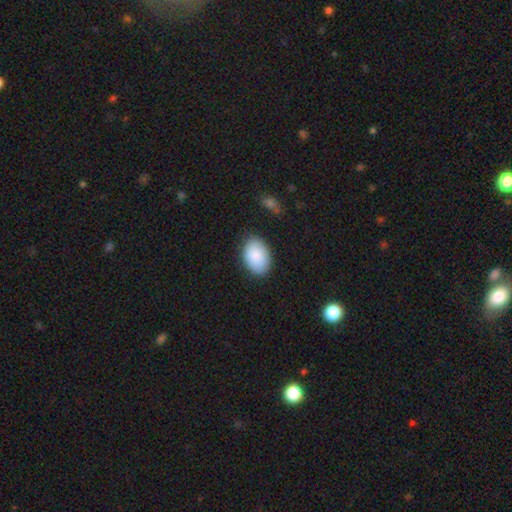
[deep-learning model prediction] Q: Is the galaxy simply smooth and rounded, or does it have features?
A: smooth — 87%.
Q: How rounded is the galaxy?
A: in between — 87%.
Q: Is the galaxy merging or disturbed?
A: none — 84%.